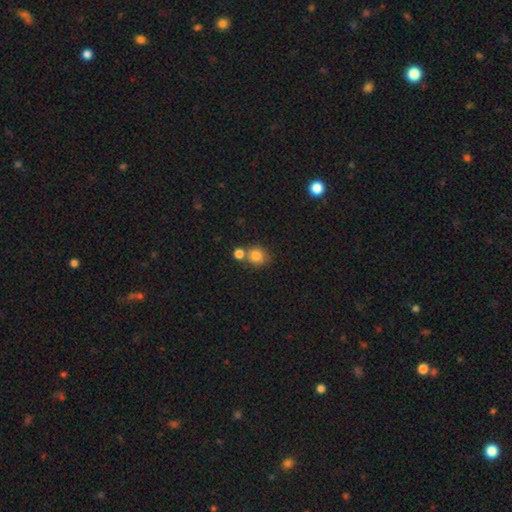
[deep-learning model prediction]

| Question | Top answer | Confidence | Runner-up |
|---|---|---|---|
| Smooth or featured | smooth | 82% | star or artifact (11%) |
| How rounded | round | 84% | in between (15%) |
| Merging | none | 59% | merger (27%) |